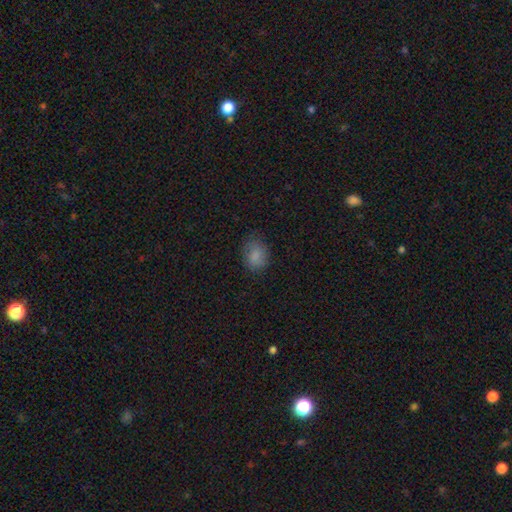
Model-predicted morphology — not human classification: Smooth or featured? smooth (85%)
How rounded? in between (55%)
Merging? none (77%)